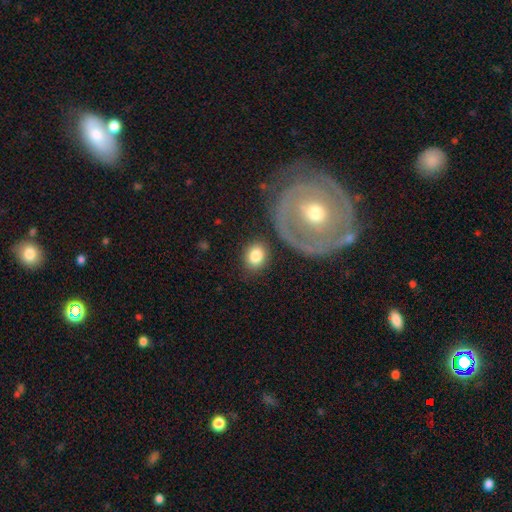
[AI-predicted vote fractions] smooth 81%, featured or disk 13%, star or artifact 7%. Down the decision tree: how rounded — round (50%); merging — none (75%).